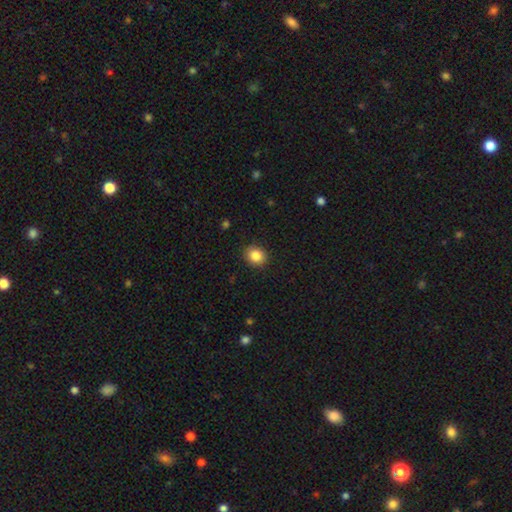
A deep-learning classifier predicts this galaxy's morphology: smooth-or-featured: smooth: 86% | star or artifact: 10% | featured or disk: 5%
  how-rounded: round: 69% | in between: 30% | cigar-shaped: 1%
  merging: none: 90% | minor disturbance: 7% | major disturbance: 2% | merger: 1%